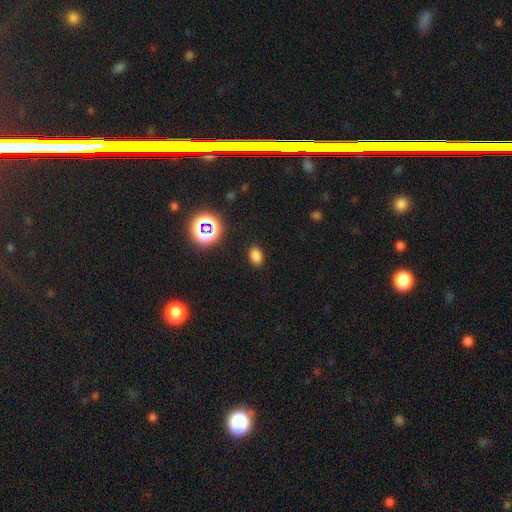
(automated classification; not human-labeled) smooth 77%, star or artifact 19%, featured or disk 5%. Down the decision tree: how rounded — in between (81%); merging — none (87%).